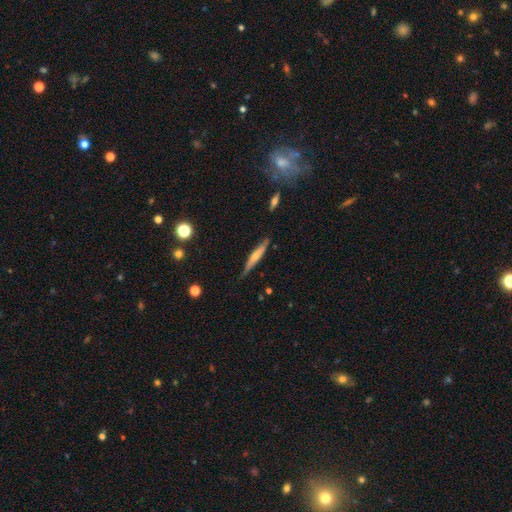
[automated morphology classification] This appears to be a smooth galaxy with no disk features (50%). Merging: none (73%).